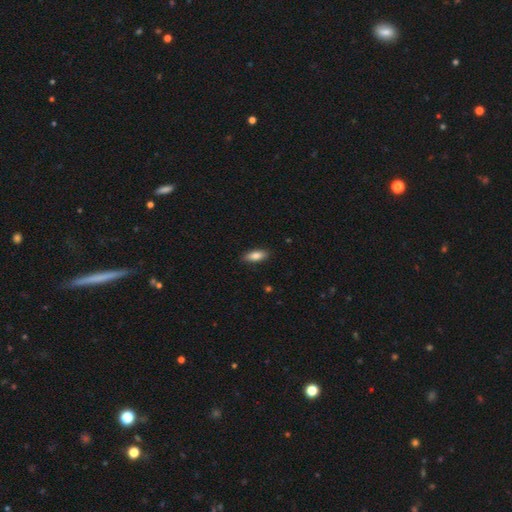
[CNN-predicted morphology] type=smooth (83%); roundness=in between (75%); merging=none (87%).